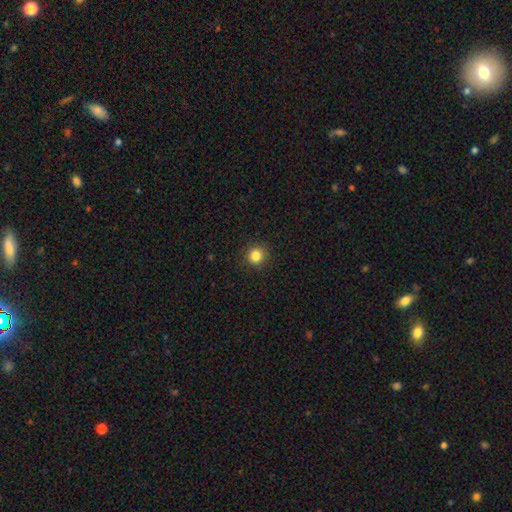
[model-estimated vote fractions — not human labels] The model was most divided on "smooth or featured": smooth: 84%, star or artifact: 11%, featured or disk: 4%. More confident: merging — none (90%); how rounded — round (90%).